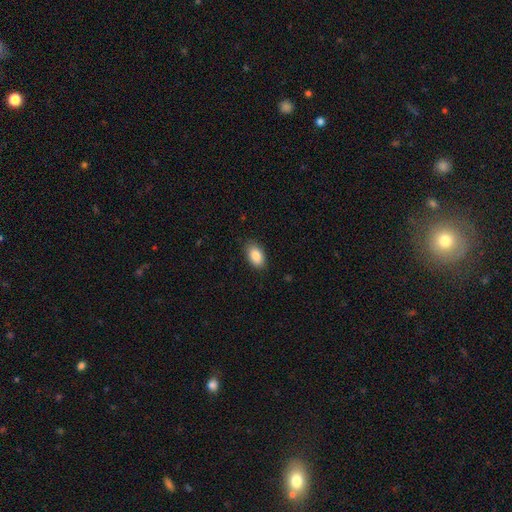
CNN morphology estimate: Q: Smooth or featured?
A: smooth (86%); runner-up: star or artifact (7%)
Q: How rounded?
A: in between (92%); runner-up: round (7%)
Q: Merging?
A: none (86%); runner-up: minor disturbance (10%)